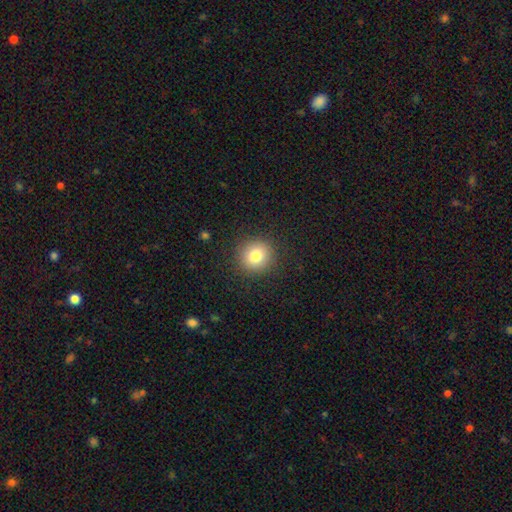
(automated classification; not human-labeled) Morphology: type=smooth (80%); roundness=round (90%); merging=none (90%).